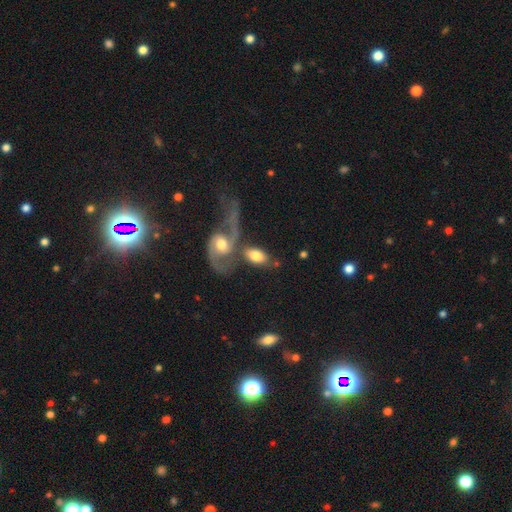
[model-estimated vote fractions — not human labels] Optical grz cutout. It shows a smooth galaxy with no disk features (62%) that is in between round and cigar-shaped (90%). Merging: merger (40%).